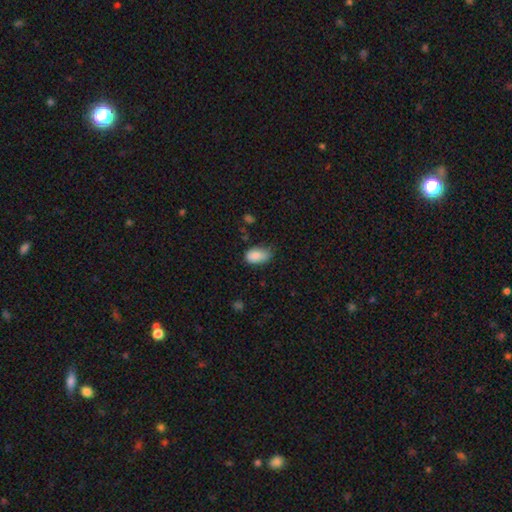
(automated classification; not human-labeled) Q: Smooth or featured?
A: smooth (84%); runner-up: featured or disk (8%)
Q: How rounded?
A: in between (91%); runner-up: round (8%)
Q: Merging?
A: none (50%); runner-up: minor disturbance (39%)